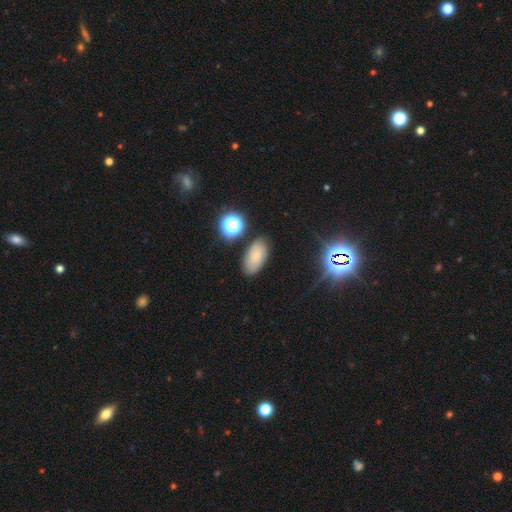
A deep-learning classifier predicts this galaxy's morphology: The model was most divided on "smooth or featured": smooth: 61%, featured or disk: 22%, star or artifact: 17%. More confident: how rounded — in between (92%); merging — none (80%).